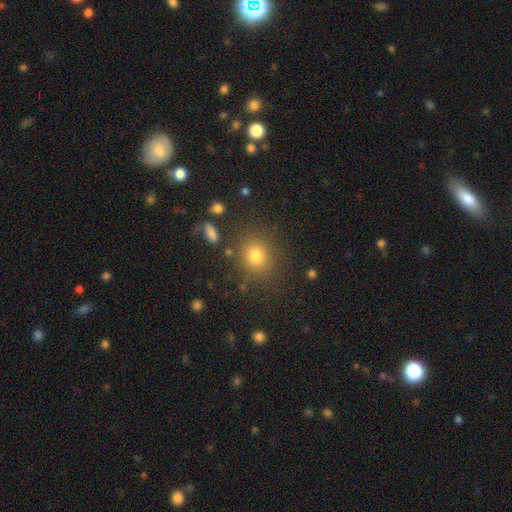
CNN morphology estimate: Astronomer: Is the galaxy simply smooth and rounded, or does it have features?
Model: smooth — 75%.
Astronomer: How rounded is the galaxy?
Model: round — 78%.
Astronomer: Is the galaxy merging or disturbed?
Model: none — 85%.